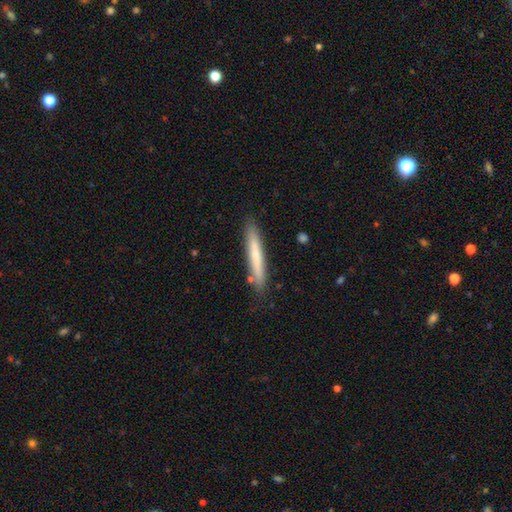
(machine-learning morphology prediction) Q: Smooth or featured?
A: smooth (67%); runner-up: featured or disk (27%)
Q: How rounded?
A: cigar-shaped (95%); runner-up: in between (4%)
Q: Merging?
A: none (85%); runner-up: minor disturbance (11%)